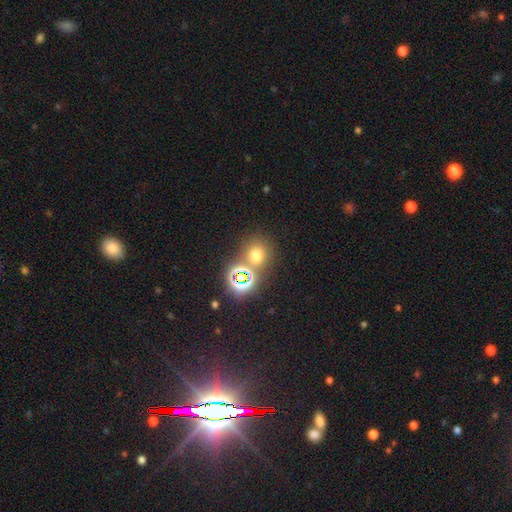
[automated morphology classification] Smooth or featured? Predicted: smooth (p=0.59). How rounded? Predicted: round (p=0.81). Merging? Predicted: none (p=0.68).